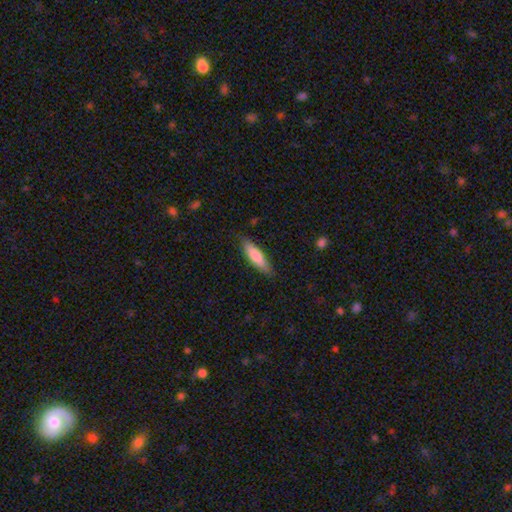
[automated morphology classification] This is likely a smooth galaxy (78%). How rounded: likely cigar-shaped (70%). Merging: clearly none (85%).